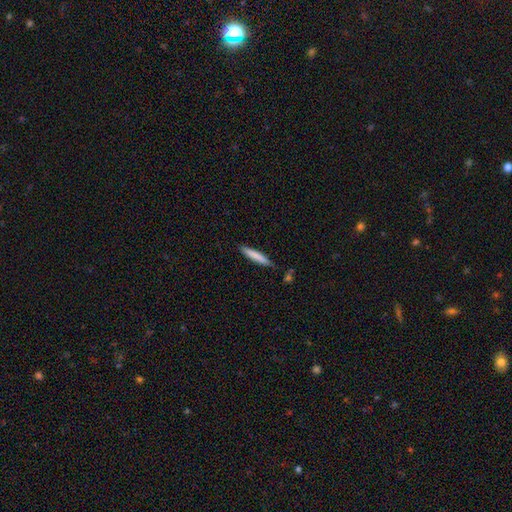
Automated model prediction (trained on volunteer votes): Overall: smooth (79%). How rounded: cigar-shaped (92%). Merging: none (84%).